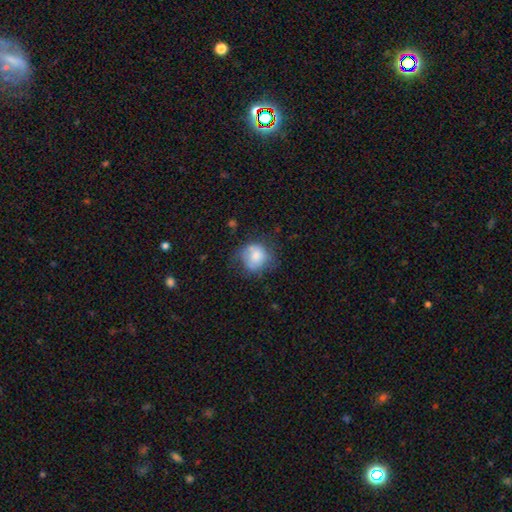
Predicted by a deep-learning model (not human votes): A smooth galaxy with no disk features (68%) that is round (77%). Merging: none (49%).